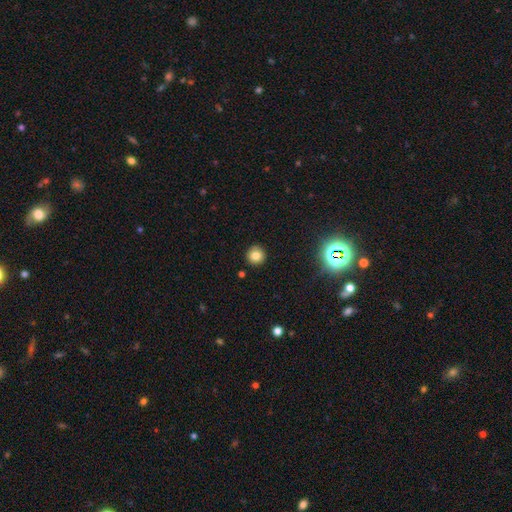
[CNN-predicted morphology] smooth_or_featured: smooth (p=0.79) [alt: star or artifact p=0.13]
how_rounded: round (p=0.94) [alt: in between p=0.05]
merging: none (p=0.90) [alt: minor disturbance p=0.06]